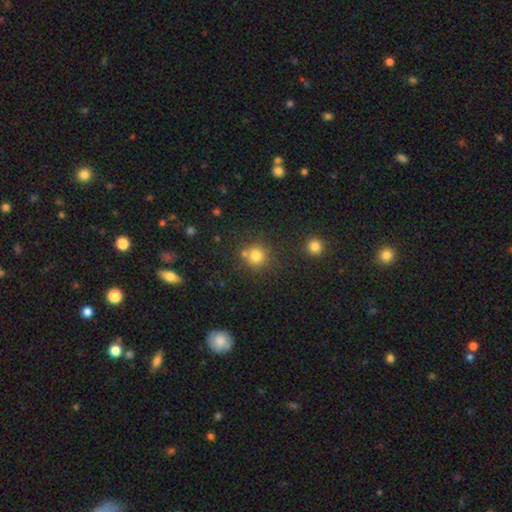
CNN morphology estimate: smooth_or_featured: smooth (p=0.80) [alt: star or artifact p=0.14]
how_rounded: round (p=0.91) [alt: in between p=0.08]
merging: none (p=0.69) [alt: merger p=0.18]